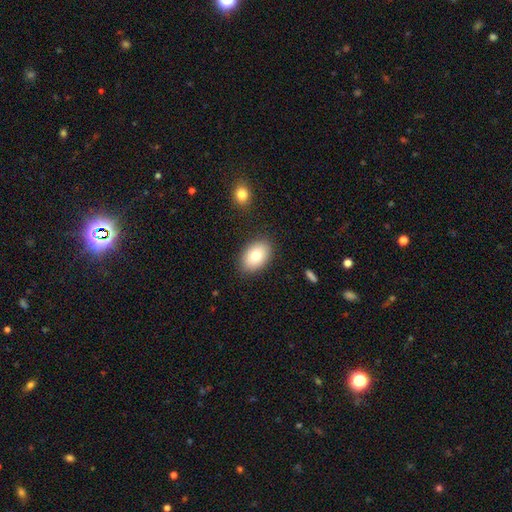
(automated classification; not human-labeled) Morphology: type=smooth (78%); roundness=in between (87%); merging=none (86%).